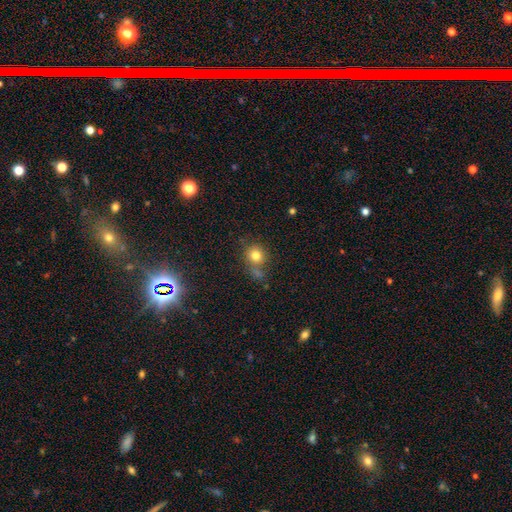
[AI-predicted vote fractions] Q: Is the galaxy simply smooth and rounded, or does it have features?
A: smooth — 79%.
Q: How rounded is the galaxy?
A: round — 85%.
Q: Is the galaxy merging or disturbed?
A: none — 59%.